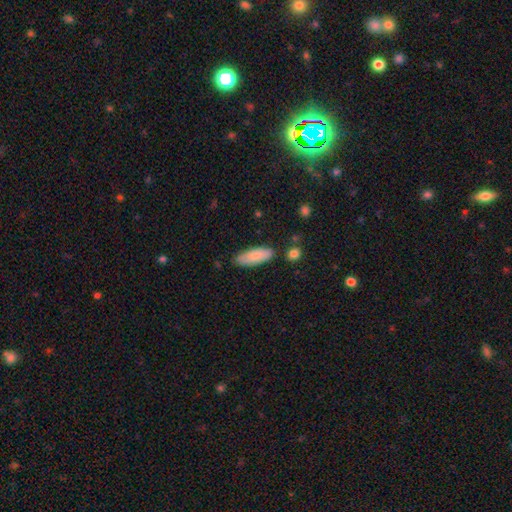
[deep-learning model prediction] The model was most divided on "how rounded": in between: 67%, cigar-shaped: 32%, round: 2%. More confident: smooth or featured — smooth (84%); merging — none (80%).